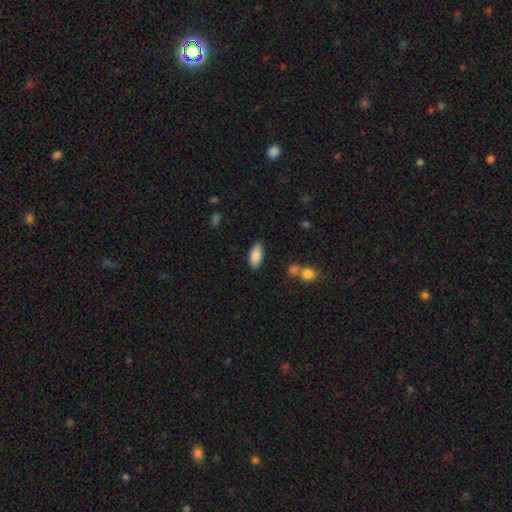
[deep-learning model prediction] Q: Smooth or featured?
A: smooth (87%); runner-up: featured or disk (7%)
Q: How rounded?
A: in between (84%); runner-up: cigar-shaped (14%)
Q: Merging?
A: none (84%); runner-up: minor disturbance (10%)